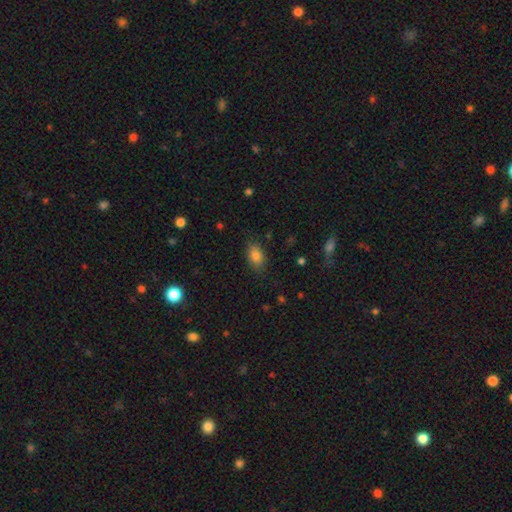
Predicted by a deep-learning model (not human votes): Q: Smooth or featured?
A: smooth (82%); runner-up: star or artifact (9%)
Q: How rounded?
A: in between (87%); runner-up: round (10%)
Q: Merging?
A: none (82%); runner-up: minor disturbance (13%)